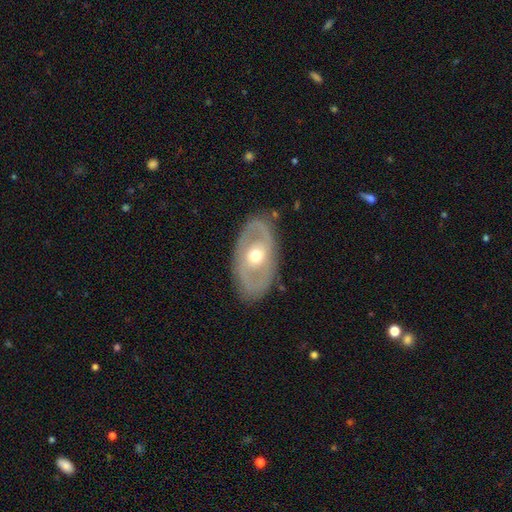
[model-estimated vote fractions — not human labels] Smooth or featured?
  - featured or disk: 68% *
  - smooth: 26%
  - star or artifact: 5%
Edge-on disk?
  - no: 90% *
  - yes: 10%
Bar?
  - no: 73% *
  - weak: 20%
  - strong: 7%
Spiral arms?
  - no: 59% *
  - yes: 41%
Bulge size?
  - moderate: 70% *
  - small: 22%
  - large: 7%
  - dominant: 1%
  - none: 1%
Merging?
  - none: 82% *
  - minor disturbance: 12%
  - major disturbance: 5%
  - merger: 1%